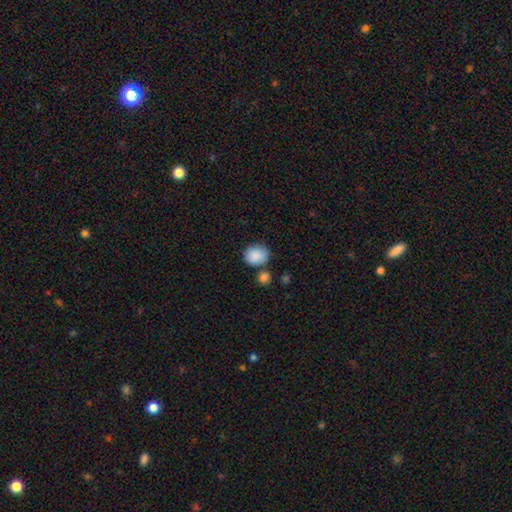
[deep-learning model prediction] This appears to be a smooth galaxy with no disk features (88%) that is round (59%). Merging: none (67%).